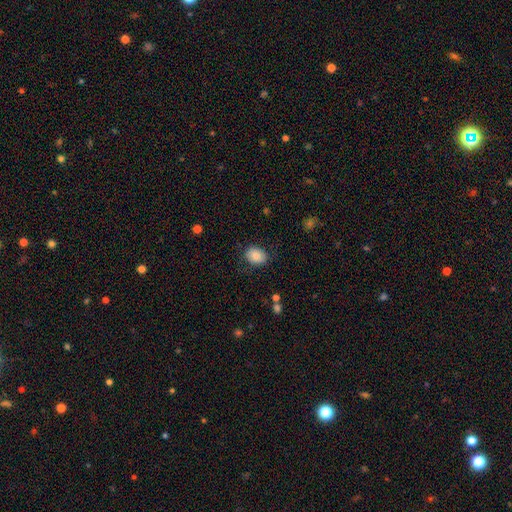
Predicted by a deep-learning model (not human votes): smooth-or-featured: smooth: 82% | featured or disk: 10% | star or artifact: 8%
  how-rounded: in between: 68% | round: 31% | cigar-shaped: 1%
  merging: none: 81% | minor disturbance: 14% | major disturbance: 4% | merger: 1%